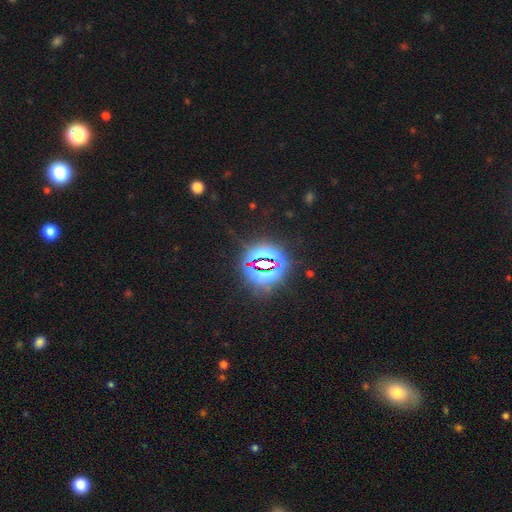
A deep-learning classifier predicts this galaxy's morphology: star or artifact 81%, smooth 11%, featured or disk 7%.